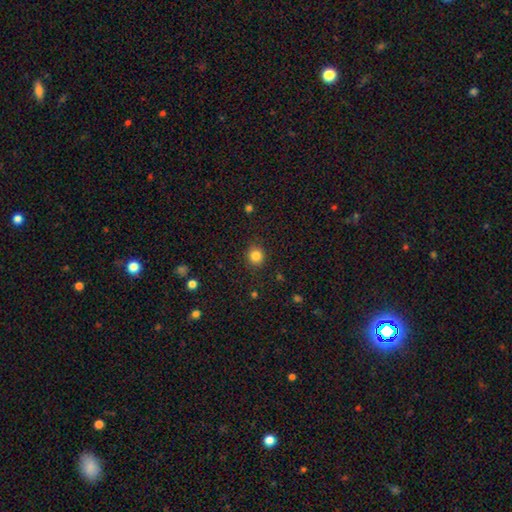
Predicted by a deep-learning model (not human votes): A smooth galaxy with no disk features (84%) that is round (88%).

Vote fractions:
- Smooth or featured? smooth: 84% / star or artifact: 11% / featured or disk: 5%
- How rounded? round: 88% / in between: 11% / cigar-shaped: 1%
- Merging? none: 88% / minor disturbance: 8% / major disturbance: 3% / merger: 1%